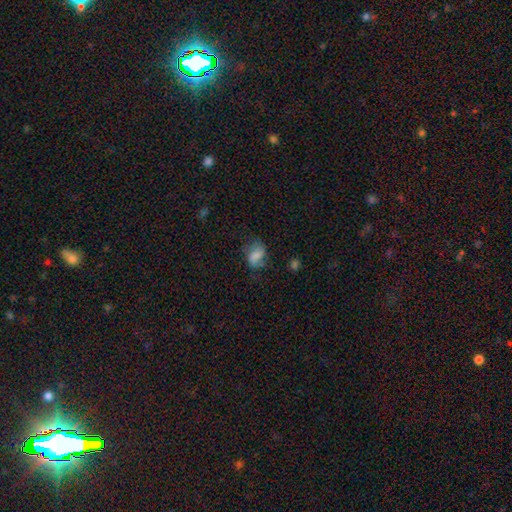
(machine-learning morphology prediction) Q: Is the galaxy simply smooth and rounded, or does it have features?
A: smooth — 63%.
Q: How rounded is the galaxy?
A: in between — 76%.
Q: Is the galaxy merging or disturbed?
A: none — 53%.